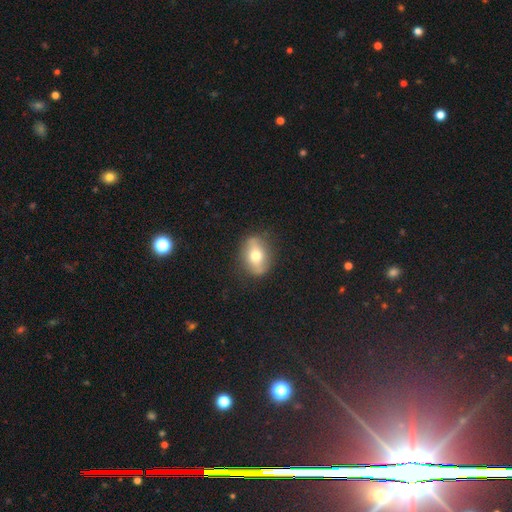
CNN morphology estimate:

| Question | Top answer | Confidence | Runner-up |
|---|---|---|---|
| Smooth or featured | smooth | 53% | featured or disk (39%) |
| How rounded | in between | 67% | round (29%) |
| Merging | none | 84% | minor disturbance (12%) |